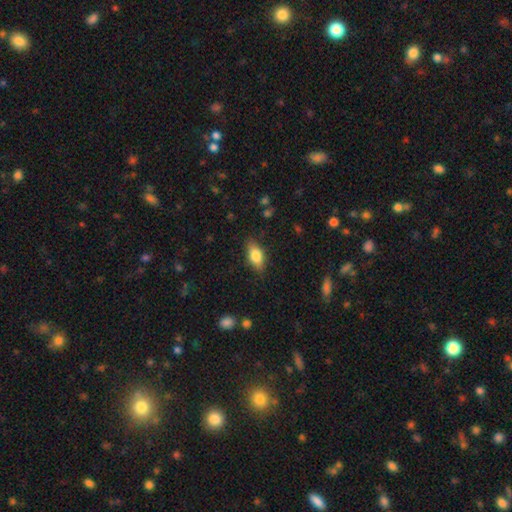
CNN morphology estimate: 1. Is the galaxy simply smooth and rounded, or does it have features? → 79% smooth, 14% featured or disk, 7% star or artifact.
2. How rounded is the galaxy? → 86% in between, 10% cigar-shaped, 4% round.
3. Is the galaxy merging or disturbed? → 84% none, 12% minor disturbance, 3% major disturbance, 1% merger.